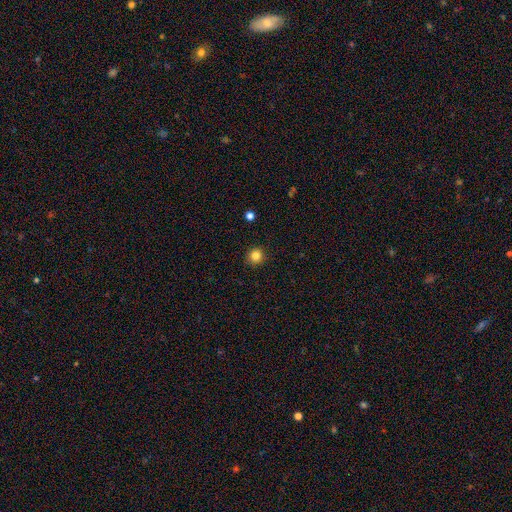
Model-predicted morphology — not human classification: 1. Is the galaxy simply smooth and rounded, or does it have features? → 84% smooth, 12% star or artifact, 4% featured or disk.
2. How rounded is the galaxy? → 94% round, 5% in between, 1% cigar-shaped.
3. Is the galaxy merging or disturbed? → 92% none, 5% minor disturbance, 2% major disturbance, 1% merger.